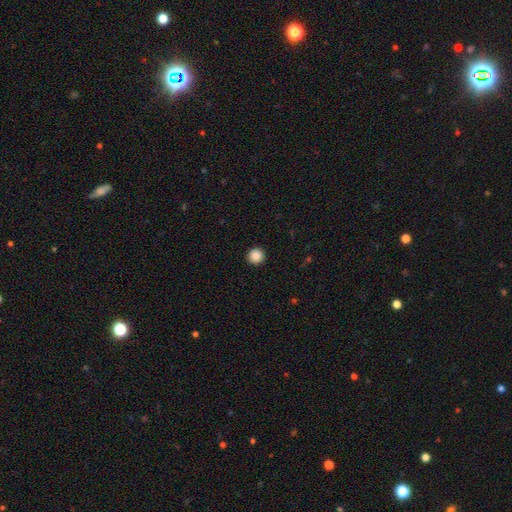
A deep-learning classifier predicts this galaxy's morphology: A smooth galaxy with no disk features (89%) that is round (96%). Merging: none (93%).